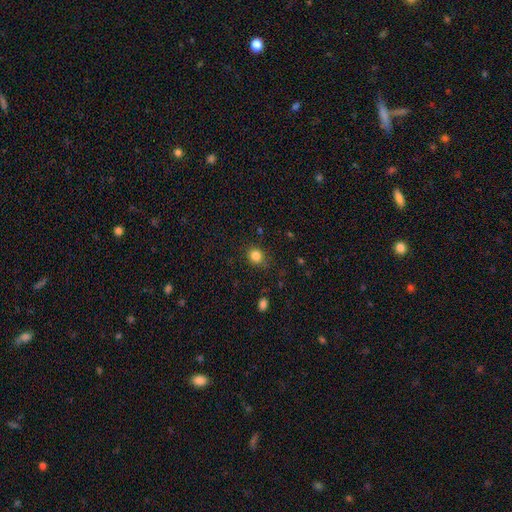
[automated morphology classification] Q: Smooth or featured?
A: smooth (83%); runner-up: star or artifact (12%)
Q: How rounded?
A: round (77%); runner-up: in between (22%)
Q: Merging?
A: none (82%); runner-up: minor disturbance (13%)